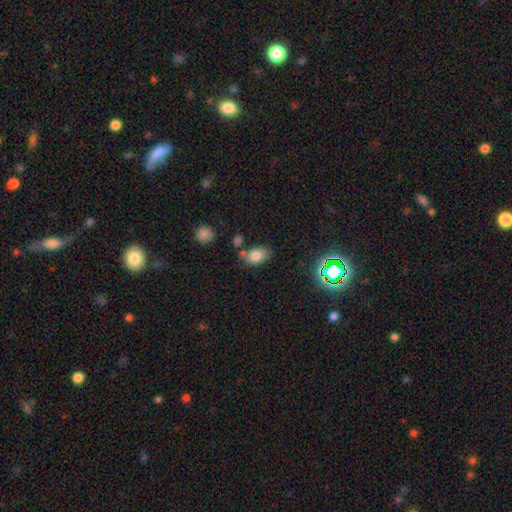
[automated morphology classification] Smooth or featured? Predicted: smooth (p=0.77). How rounded? Predicted: in between (p=0.86). Merging? Predicted: none (p=0.65).